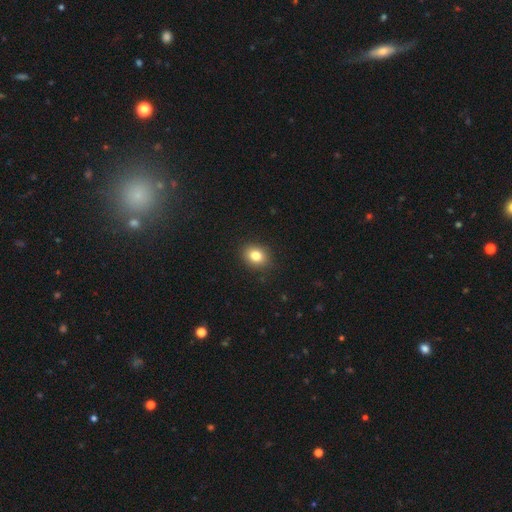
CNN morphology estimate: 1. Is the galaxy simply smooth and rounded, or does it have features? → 81% smooth, 11% star or artifact, 8% featured or disk.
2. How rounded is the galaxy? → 56% round, 44% in between, 1% cigar-shaped.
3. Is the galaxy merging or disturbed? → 90% none, 7% minor disturbance, 2% major disturbance, 1% merger.